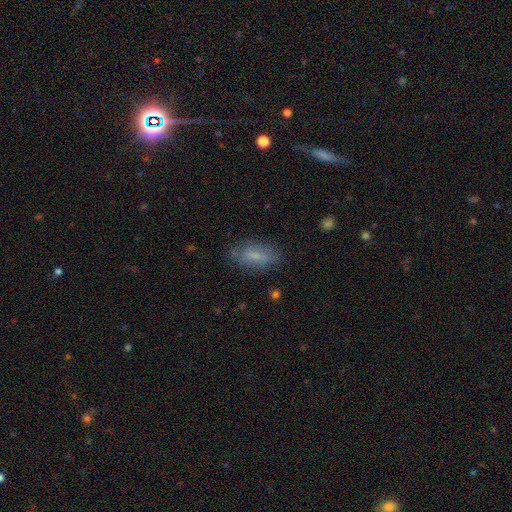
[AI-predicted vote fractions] This is likely a smooth galaxy (69%). How rounded: likely in between (74%). Merging: likely none (72%).